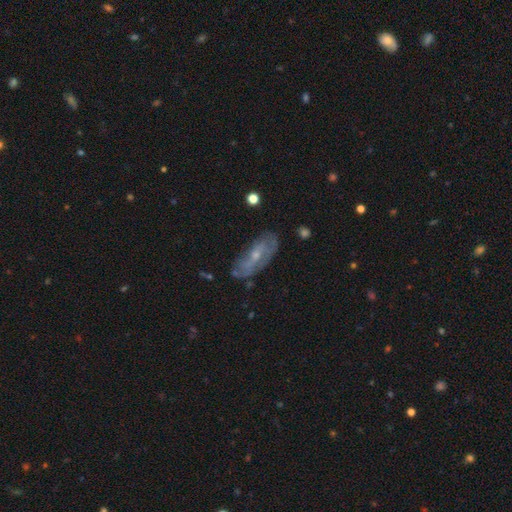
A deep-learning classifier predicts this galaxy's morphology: type=featured or disk (61%); edge-on=no (80%); merging=none (69%).